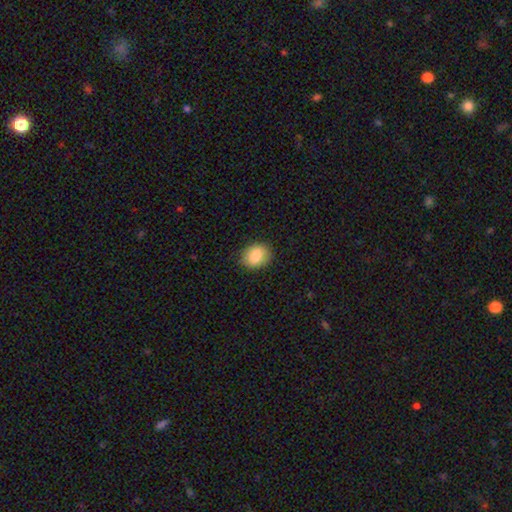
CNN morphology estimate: A smooth galaxy with no disk features (83%) that is round (53%). Merging: none (86%).